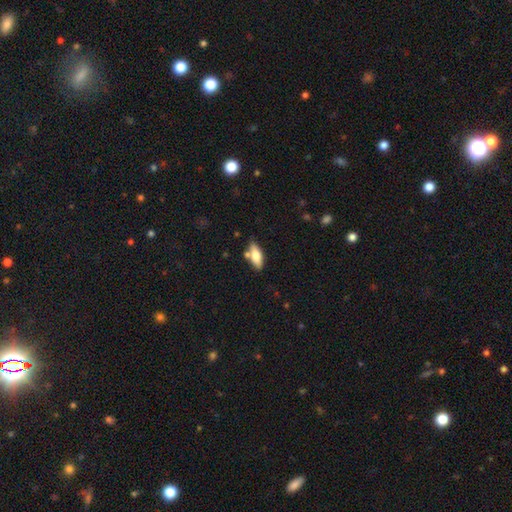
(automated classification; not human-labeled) Smooth or featured?
  - smooth: 65% *
  - featured or disk: 28%
  - star or artifact: 7%
How rounded?
  - in between: 72% *
  - cigar-shaped: 25%
  - round: 3%
Merging?
  - none: 67% *
  - minor disturbance: 16%
  - merger: 13%
  - major disturbance: 4%